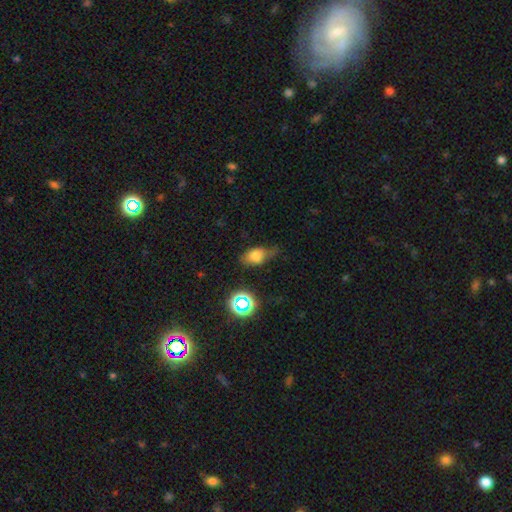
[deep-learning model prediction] Morphology: type=smooth (69%); roundness=in between (77%); merging=none (43%).